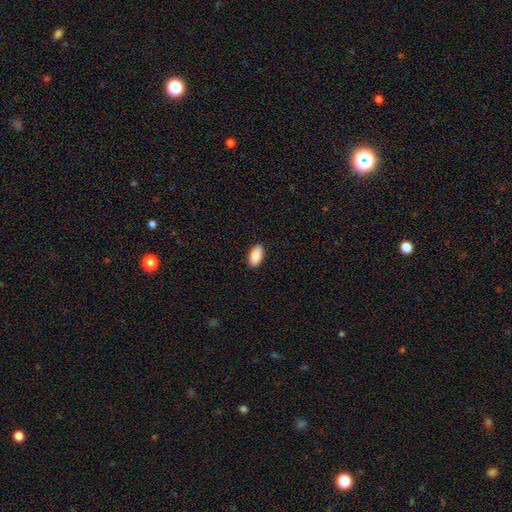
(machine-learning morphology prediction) This appears to be a smooth galaxy with no disk features (90%) that is in between round and cigar-shaped (94%). Merging: none (90%).